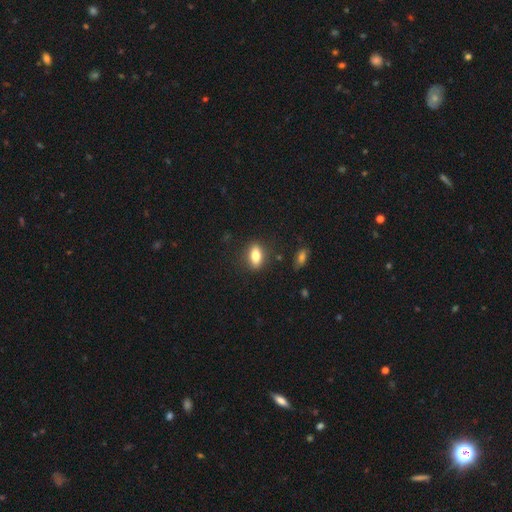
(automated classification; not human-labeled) Smooth or featured?
  - smooth: 78% *
  - featured or disk: 14%
  - star or artifact: 8%
How rounded?
  - in between: 80% *
  - cigar-shaped: 12%
  - round: 8%
Merging?
  - none: 84% *
  - minor disturbance: 11%
  - major disturbance: 3%
  - merger: 2%